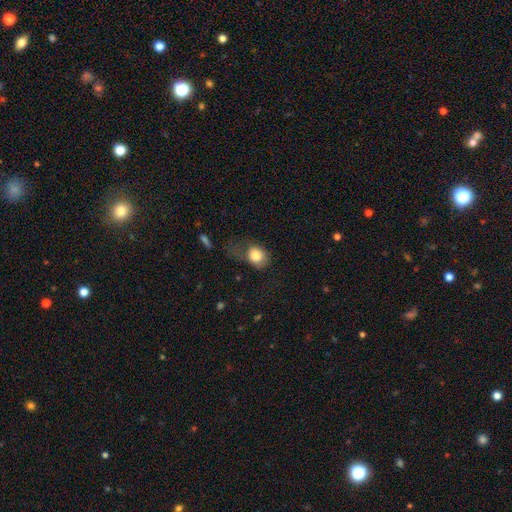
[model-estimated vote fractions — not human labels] Smooth or featured: smooth — 81% (featured or disk — 11%)
How rounded: in between — 54% (round — 45%)
Merging: major disturbance — 38% (none — 32%)